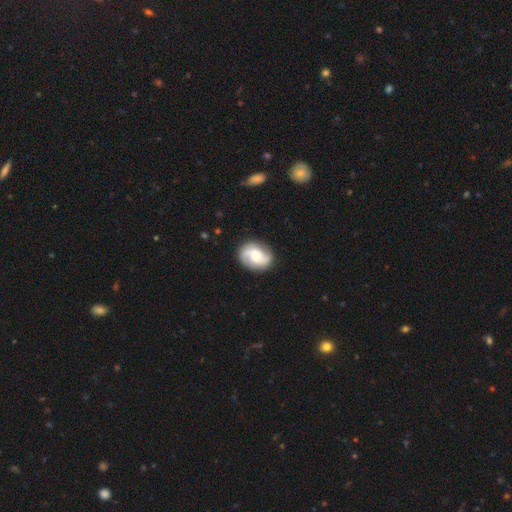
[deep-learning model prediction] featured or disk 76%, smooth 18%, star or artifact 6%. Down the decision tree: edge-on disk — no (98%); bar — no (50%); spiral arms — yes (96%); spiral arm count — 2 (78%); spiral winding — medium (47%); bulge size — moderate (44%); merging — none (83%).